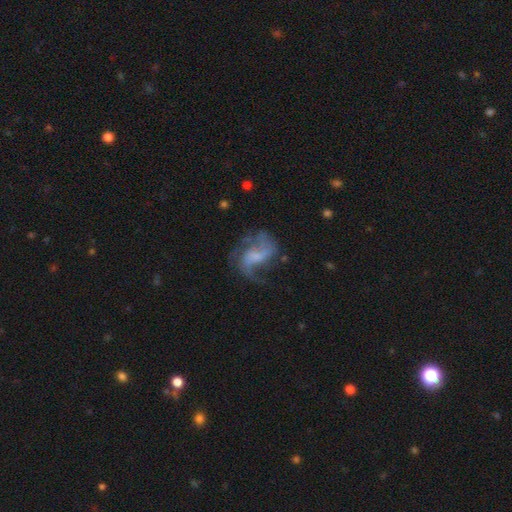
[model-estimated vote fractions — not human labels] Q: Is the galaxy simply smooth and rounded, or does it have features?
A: featured or disk — 81%.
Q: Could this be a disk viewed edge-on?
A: no — 98%.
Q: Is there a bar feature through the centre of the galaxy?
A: weak — 47%.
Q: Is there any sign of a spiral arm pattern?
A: yes — 93%.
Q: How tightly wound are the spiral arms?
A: loose — 52%.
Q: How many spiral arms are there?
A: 2 — 69%.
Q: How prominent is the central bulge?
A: none — 42%.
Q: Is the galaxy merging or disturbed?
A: none — 55%.